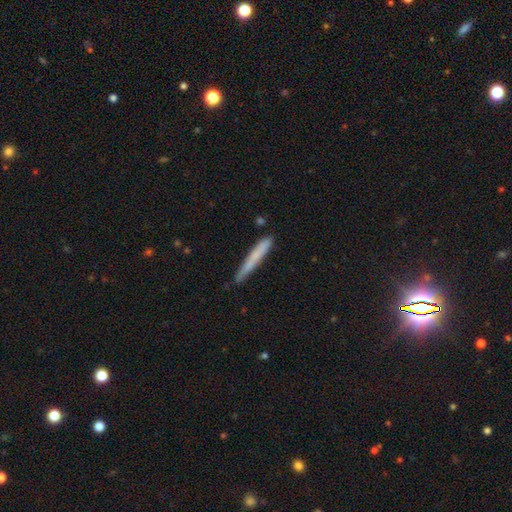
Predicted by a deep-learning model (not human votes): Morphology: type=smooth (69%); roundness=cigar-shaped (96%); merging=none (81%).